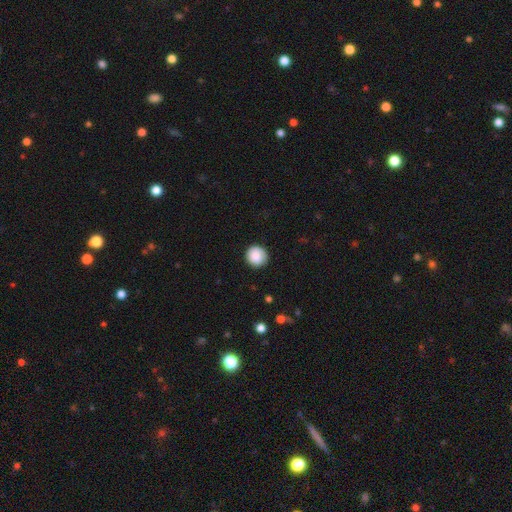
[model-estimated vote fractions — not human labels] A smooth galaxy with no disk features (87%) that is round (94%). Merging: none (87%).